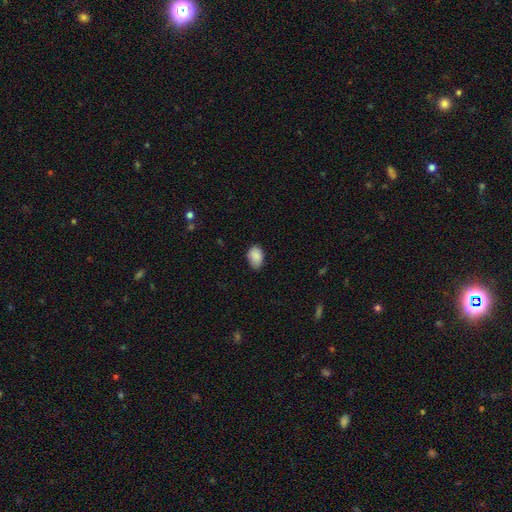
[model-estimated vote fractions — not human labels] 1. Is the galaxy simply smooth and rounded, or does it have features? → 88% smooth, 7% star or artifact, 4% featured or disk.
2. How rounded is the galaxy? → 85% in between, 13% round, 1% cigar-shaped.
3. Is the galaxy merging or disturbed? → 73% none, 23% minor disturbance, 3% major disturbance, 1% merger.